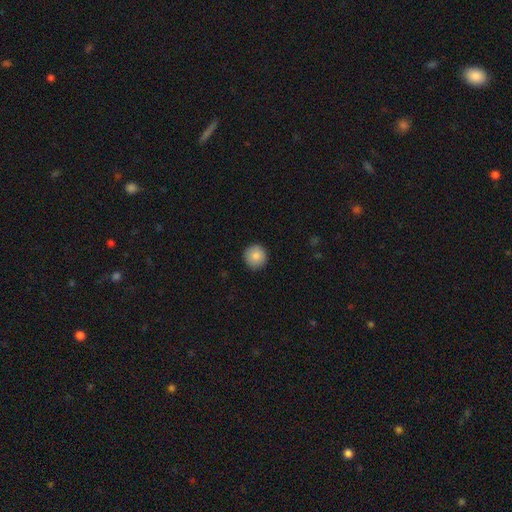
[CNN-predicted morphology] Smooth or featured?
  - smooth: 86% *
  - star or artifact: 8%
  - featured or disk: 6%
How rounded?
  - round: 95% *
  - in between: 4%
  - cigar-shaped: 1%
Merging?
  - none: 92% *
  - minor disturbance: 6%
  - major disturbance: 2%
  - merger: 1%